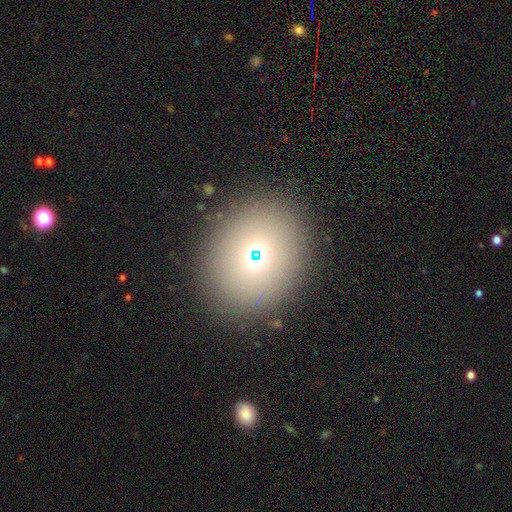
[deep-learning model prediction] Overall: smooth (64%). How rounded: round (73%). Merging: none (88%).